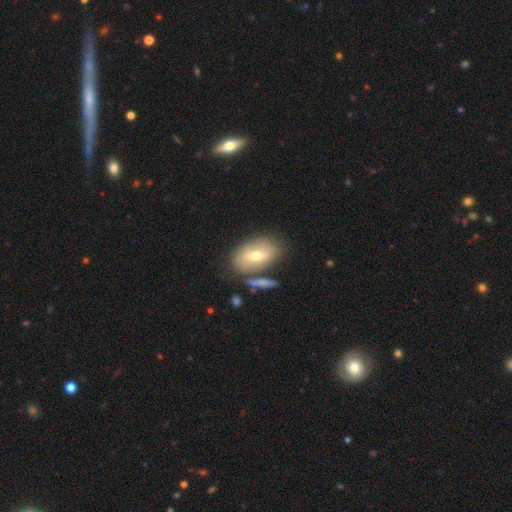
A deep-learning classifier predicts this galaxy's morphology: A smooth galaxy with no disk features (60%) that is in between round and cigar-shaped (87%). Merging: none (66%).